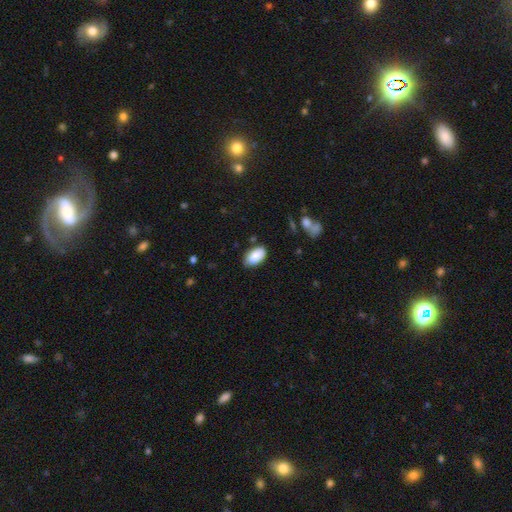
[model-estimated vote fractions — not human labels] smooth_or_featured: smooth (p=0.88) [alt: star or artifact p=0.06]
how_rounded: in between (p=0.95) [alt: round p=0.04]
merging: none (p=0.78) [alt: minor disturbance p=0.17]